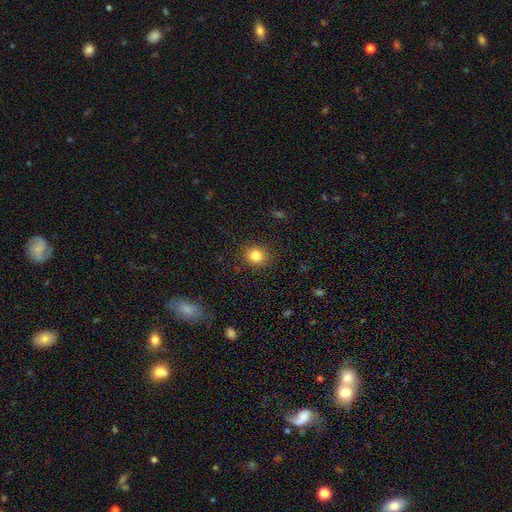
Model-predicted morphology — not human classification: Smooth or featured?
  - smooth: 83% *
  - star or artifact: 11%
  - featured or disk: 6%
How rounded?
  - round: 76% *
  - in between: 23%
  - cigar-shaped: 1%
Merging?
  - none: 88% *
  - minor disturbance: 8%
  - major disturbance: 3%
  - merger: 1%